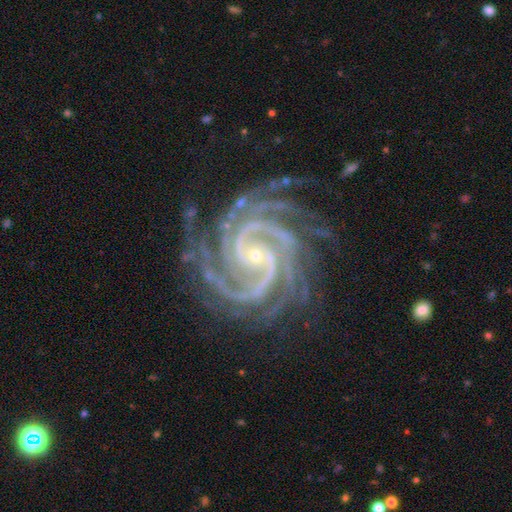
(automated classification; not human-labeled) smooth-or-featured: featured or disk: 94% | star or artifact: 4% | smooth: 2%
  disk-edge-on: no: 98% | yes: 2%
    bar: no: 53% | weak: 26% | strong: 20%
    has-spiral-arms: yes: 99% | no: 1%
      spiral-winding: tight: 74% | medium: 24% | loose: 2%
      spiral-arm-count: 3: 24% | 4: 23% | 2: 19% | more than 4: 14% | can't tell: 10% | 1: 9%
    bulge-size: small: 85% | moderate: 12% | none: 1% | large: 1% | dominant: 1%
  merging: none: 77% | minor disturbance: 16% | major disturbance: 6% | merger: 1%